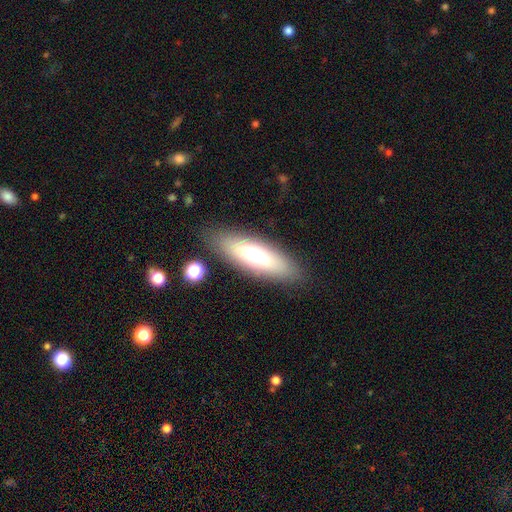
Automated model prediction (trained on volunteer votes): smooth_or_featured: smooth (p=0.63) [alt: featured or disk p=0.29]
how_rounded: in between (p=0.57) [alt: cigar-shaped p=0.40]
merging: none (p=0.83) [alt: minor disturbance p=0.10]